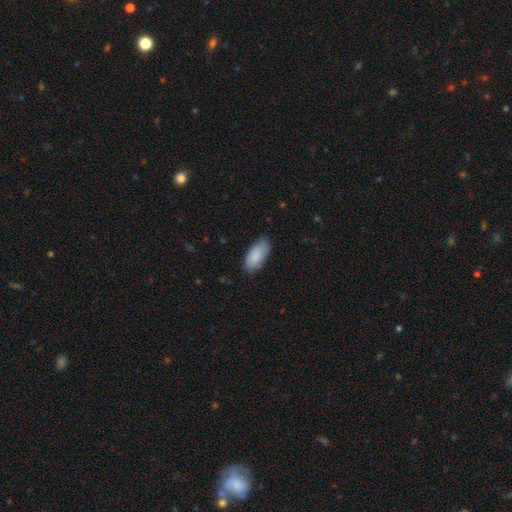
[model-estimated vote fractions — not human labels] This appears to be a smooth galaxy with no disk features (88%) that is in between round and cigar-shaped (90%). Merging: none (81%).